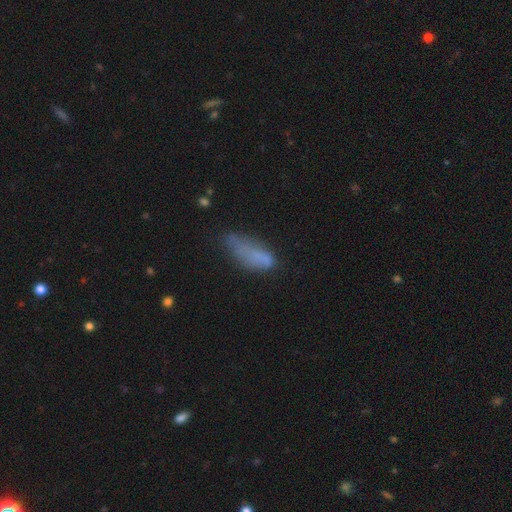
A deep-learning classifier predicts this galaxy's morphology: smooth 67%, featured or disk 21%, star or artifact 12%. Down the decision tree: how rounded — in between (71%); merging — none (36%).